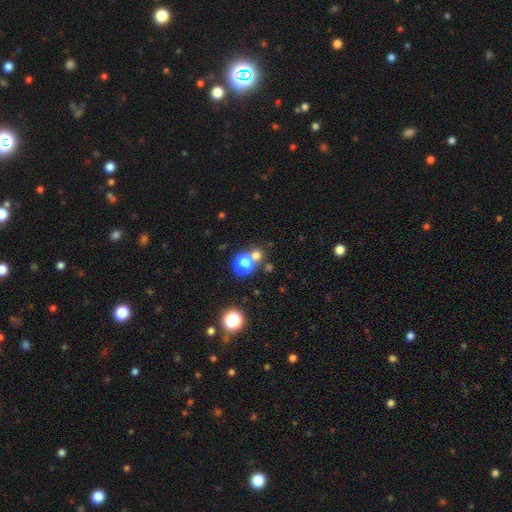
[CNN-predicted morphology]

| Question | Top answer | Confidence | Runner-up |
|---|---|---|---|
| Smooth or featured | smooth | 66% | star or artifact (27%) |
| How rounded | round | 86% | in between (13%) |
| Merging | none | 63% | merger (27%) |